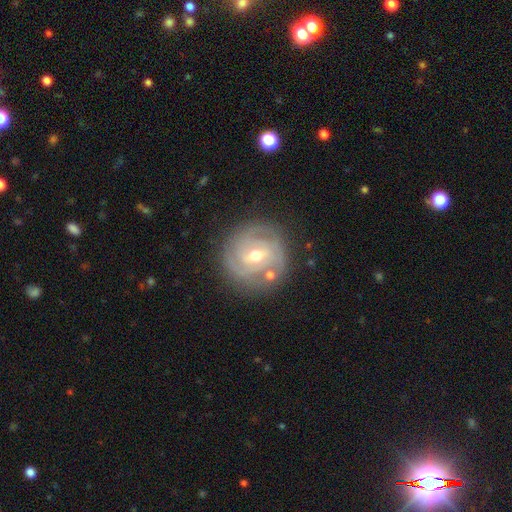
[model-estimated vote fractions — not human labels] smooth_or_featured: featured or disk (p=0.82) [alt: smooth p=0.11]
disk_edge_on: no (p=0.97) [alt: yes p=0.03]
bar: weak (p=0.50) [alt: no p=0.33]
has_spiral_arms: yes (p=0.93) [alt: no p=0.07]
spiral_winding: tight (p=0.75) [alt: medium p=0.20]
spiral_arm_count: 2 (p=0.31) [alt: 3 p=0.27]
bulge_size: moderate (p=0.67) [alt: small p=0.29]
merging: none (p=0.79) [alt: minor disturbance p=0.13]